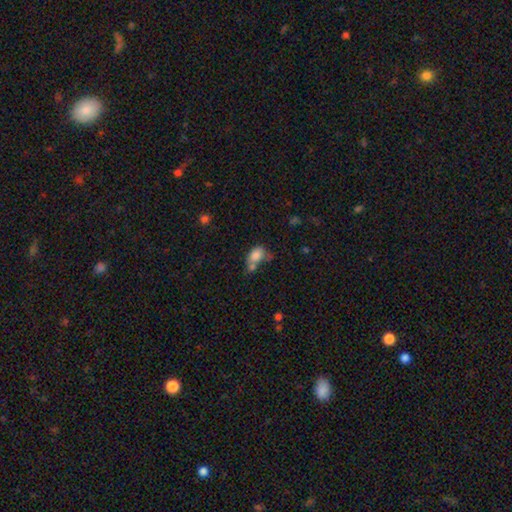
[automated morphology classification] Smooth or featured? Predicted: smooth (p=0.79). How rounded? Predicted: in between (p=0.76). Merging? Predicted: merger (p=0.44).